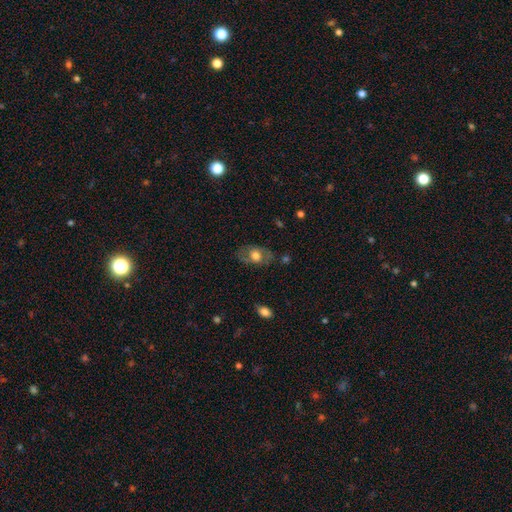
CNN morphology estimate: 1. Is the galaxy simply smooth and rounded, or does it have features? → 53% smooth, 39% featured or disk, 8% star or artifact.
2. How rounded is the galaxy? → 80% in between, 18% round, 2% cigar-shaped.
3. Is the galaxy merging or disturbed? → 71% none, 19% minor disturbance, 8% major disturbance, 2% merger.